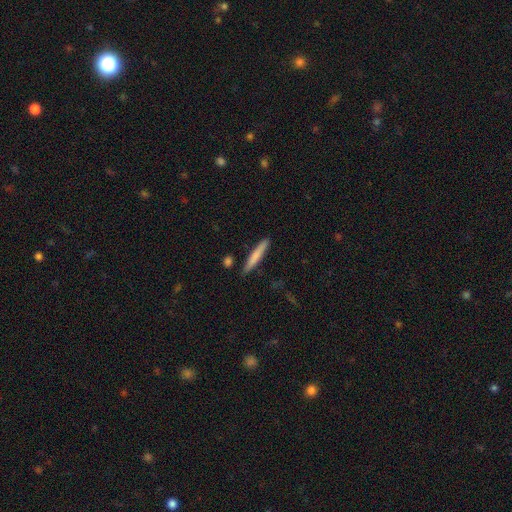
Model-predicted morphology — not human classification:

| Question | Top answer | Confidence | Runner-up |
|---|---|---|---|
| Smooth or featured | smooth | 72% | featured or disk (23%) |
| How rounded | cigar-shaped | 94% | in between (4%) |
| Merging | none | 86% | minor disturbance (10%) |